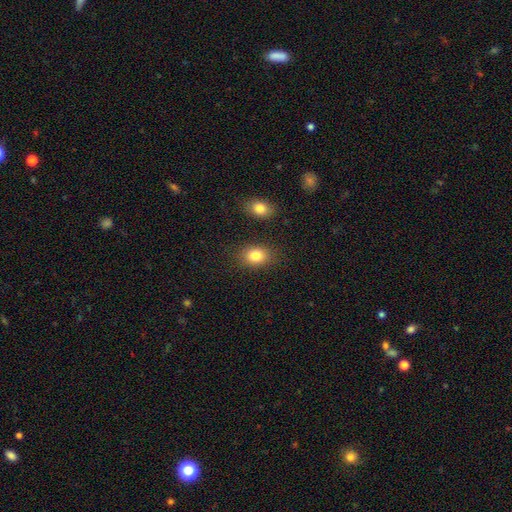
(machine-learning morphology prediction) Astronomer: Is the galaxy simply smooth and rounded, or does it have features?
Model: smooth — 83%.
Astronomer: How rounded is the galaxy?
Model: in between — 61% (runner-up: round, 38%).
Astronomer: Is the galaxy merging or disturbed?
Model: none — 83%.